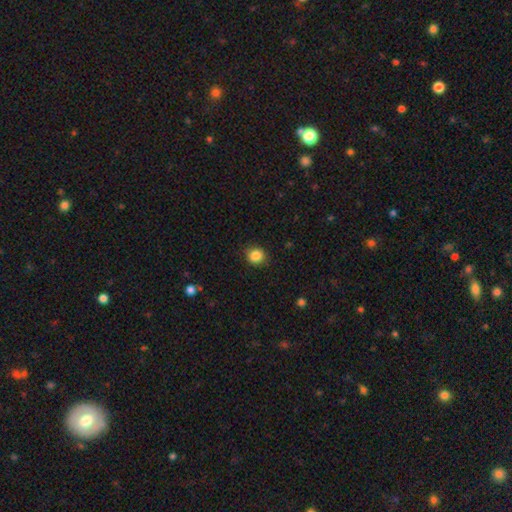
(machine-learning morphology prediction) type=smooth (86%); roundness=round (83%); merging=none (88%).